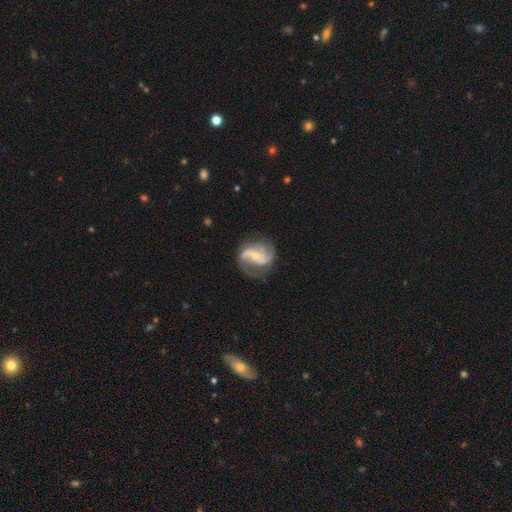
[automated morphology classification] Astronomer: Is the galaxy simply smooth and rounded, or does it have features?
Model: featured or disk — 87%.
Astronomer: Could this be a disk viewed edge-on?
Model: no — 98%.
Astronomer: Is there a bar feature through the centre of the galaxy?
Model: weak — 43% (runner-up: strong, 31%).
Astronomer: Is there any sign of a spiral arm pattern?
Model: yes — 96%.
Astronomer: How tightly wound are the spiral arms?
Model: medium — 45% (runner-up: loose, 41%).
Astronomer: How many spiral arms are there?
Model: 2 — 73%.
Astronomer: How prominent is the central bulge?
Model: small — 53% (runner-up: moderate, 42%).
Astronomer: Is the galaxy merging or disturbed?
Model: none — 68%.